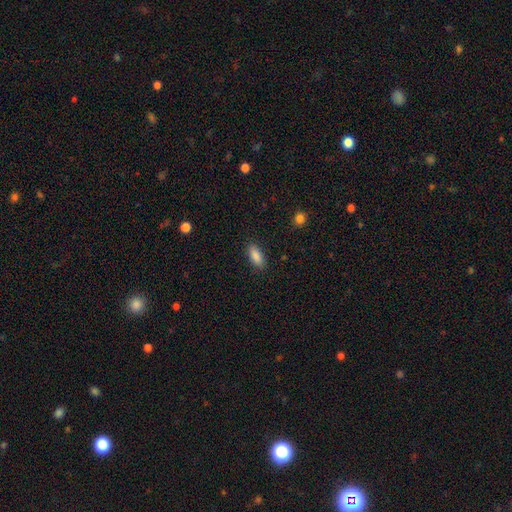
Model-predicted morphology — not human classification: Smooth or featured: smooth — 88% (star or artifact — 7%)
How rounded: in between — 83% (cigar-shaped — 15%)
Merging: none — 88% (minor disturbance — 9%)